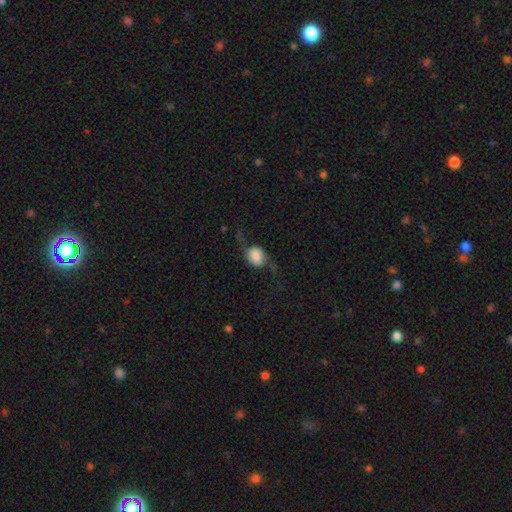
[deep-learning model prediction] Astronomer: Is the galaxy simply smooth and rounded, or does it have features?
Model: smooth — 47% (runner-up: featured or disk, 44%).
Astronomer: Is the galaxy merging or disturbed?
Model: none — 48% (runner-up: major disturbance, 29%).